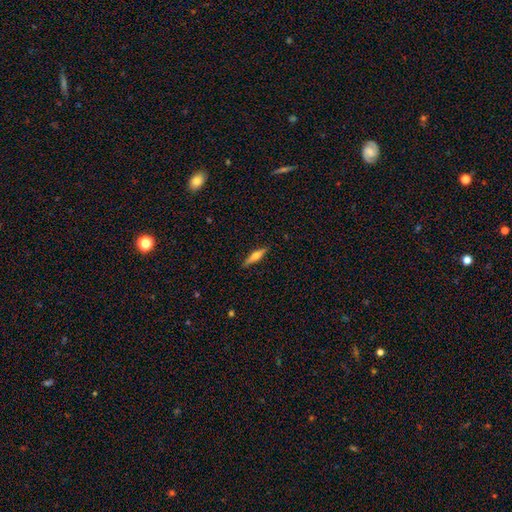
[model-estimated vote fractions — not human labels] A smooth galaxy with no disk features (52%) that is cigar-shaped (77%).

Vote fractions:
- Smooth or featured? smooth: 52% / featured or disk: 42% / star or artifact: 6%
- How rounded? cigar-shaped: 77% / in between: 21% / round: 2%
- Merging? none: 87% / minor disturbance: 10% / major disturbance: 2% / merger: 1%